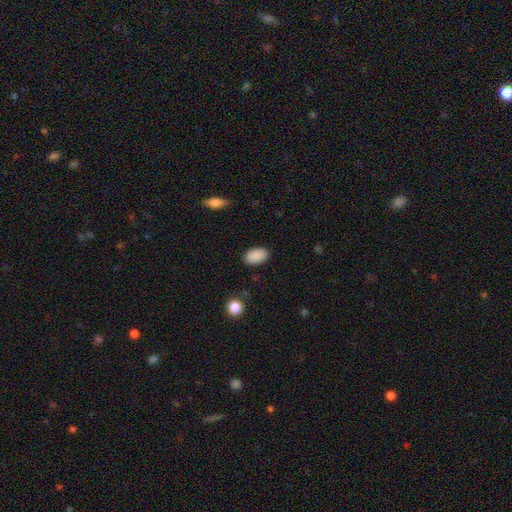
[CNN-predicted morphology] Smooth or featured?
  - smooth: 90% *
  - star or artifact: 7%
  - featured or disk: 3%
How rounded?
  - in between: 91% *
  - round: 7%
  - cigar-shaped: 1%
Merging?
  - none: 87% *
  - minor disturbance: 9%
  - major disturbance: 3%
  - merger: 1%